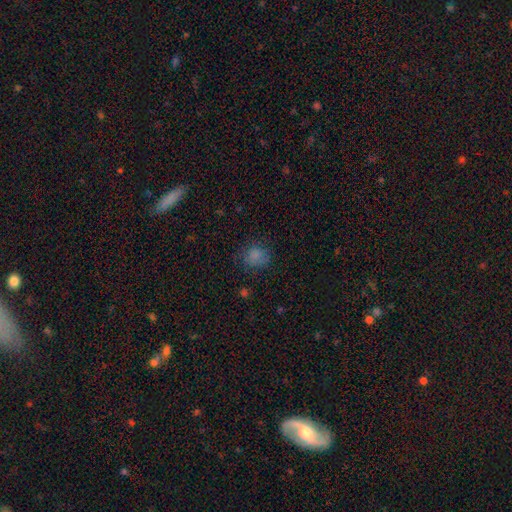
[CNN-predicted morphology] This is likely a smooth galaxy (80%). How rounded: likely round (72%). Merging: likely none (75%).